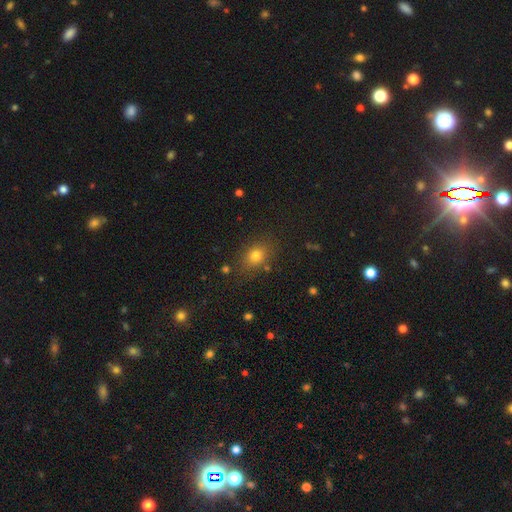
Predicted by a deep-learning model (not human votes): smooth 77%, star or artifact 14%, featured or disk 9%. Down the decision tree: how rounded — in between (55%); merging — none (80%).